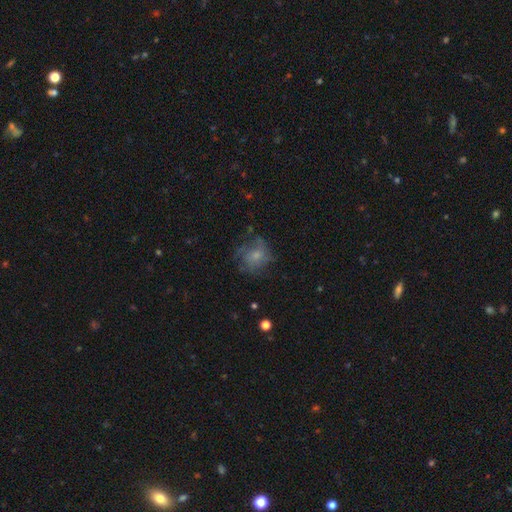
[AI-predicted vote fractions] This is possibly a smooth galaxy (50%). Merging: possibly none (55%).